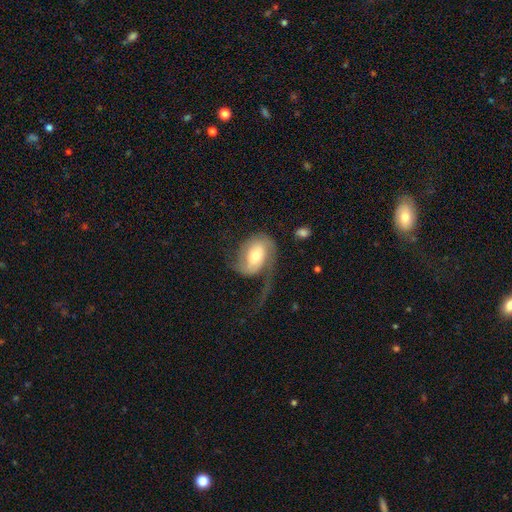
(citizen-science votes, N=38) A featured or disk galaxy (74%) with a weak bar (64%), 1 (50%) loose (58%) spiral arms (93%) and a moderate central bulge (64%).

Vote fractions:
- Smooth or featured? featured or disk: 74% / smooth: 24% / star or artifact: 3%
- Edge-on disk? no: 100% / yes: 0%
- Bar? weak: 64% / no: 21% / strong: 14%
- Spiral arms? yes: 93% / no: 7%
- Spiral winding? loose: 58% / tight: 23% / medium: 19%
- Spiral arm count? 1: 50% / 2: 42% / can't tell: 8% / 3: 0% / 4: 0% / more than 4: 0%
- Bulge size? moderate: 64% / small: 25% / large: 11% / dominant: 0% / none: 0%
- Merging? major disturbance: 65% / none: 27% / minor disturbance: 8% / merger: 0%